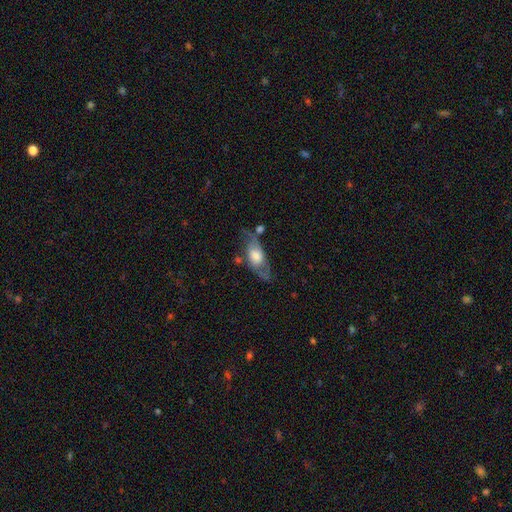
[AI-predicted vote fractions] The model was most divided on "smooth or featured": featured or disk: 53%, smooth: 41%, star or artifact: 6%. Remaining: edge-on disk — no (76%); merging — none (49%).